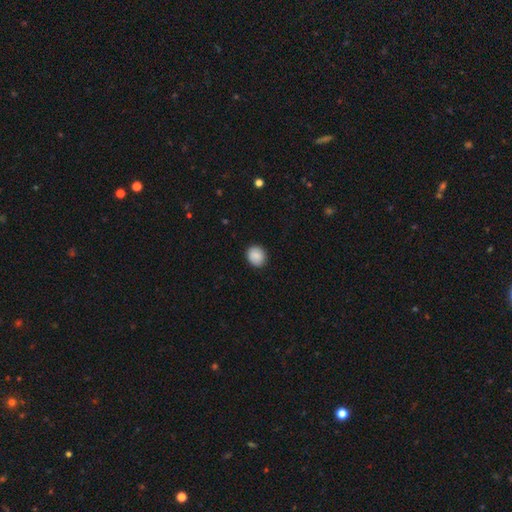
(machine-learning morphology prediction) Q: Smooth or featured?
A: smooth (89%); runner-up: star or artifact (8%)
Q: How rounded?
A: round (74%); runner-up: in between (25%)
Q: Merging?
A: none (90%); runner-up: minor disturbance (8%)